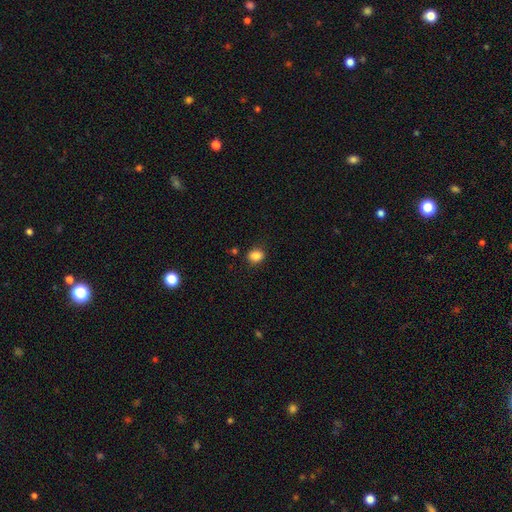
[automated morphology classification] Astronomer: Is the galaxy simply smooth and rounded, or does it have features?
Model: smooth — 85%.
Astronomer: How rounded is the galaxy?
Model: round — 53% (runner-up: in between, 46%).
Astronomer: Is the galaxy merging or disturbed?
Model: none — 84%.